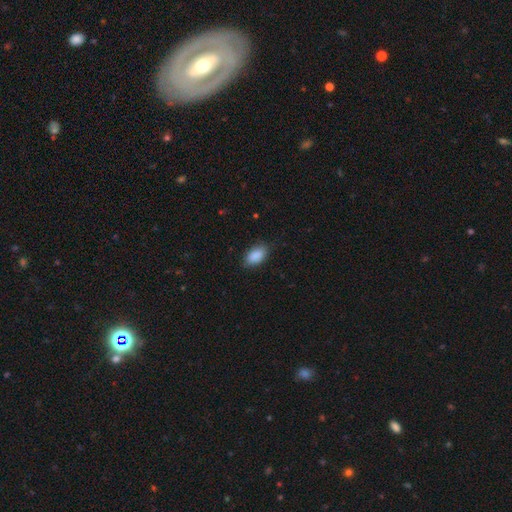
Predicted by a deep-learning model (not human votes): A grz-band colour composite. It shows a smooth galaxy with no disk features (89%) that is in between round and cigar-shaped (93%). Merging: none (82%).